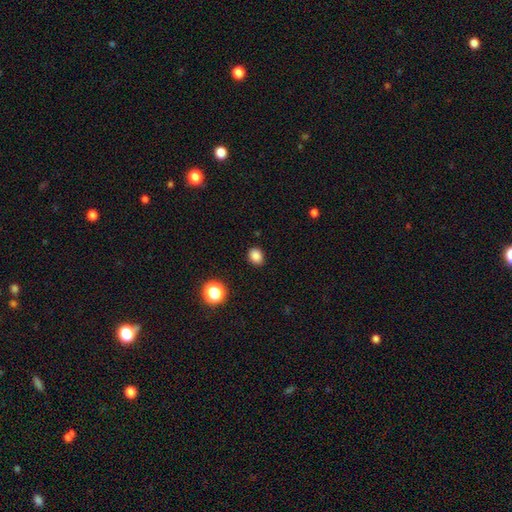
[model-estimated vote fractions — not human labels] Smooth or featured: smooth — 85% (star or artifact — 12%)
How rounded: round — 52% (in between — 47%)
Merging: none — 89% (minor disturbance — 8%)